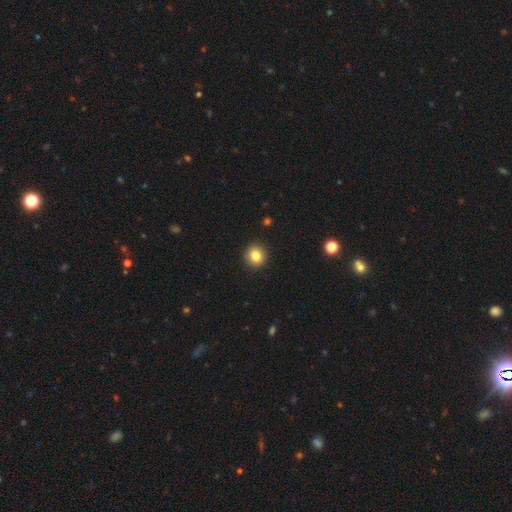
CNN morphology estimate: A smooth galaxy with no disk features (84%) that is round (88%).

Vote fractions:
- Smooth or featured? smooth: 84% / star or artifact: 10% / featured or disk: 6%
- How rounded? round: 88% / in between: 11% / cigar-shaped: 1%
- Merging? none: 92% / minor disturbance: 6% / major disturbance: 2% / merger: 1%